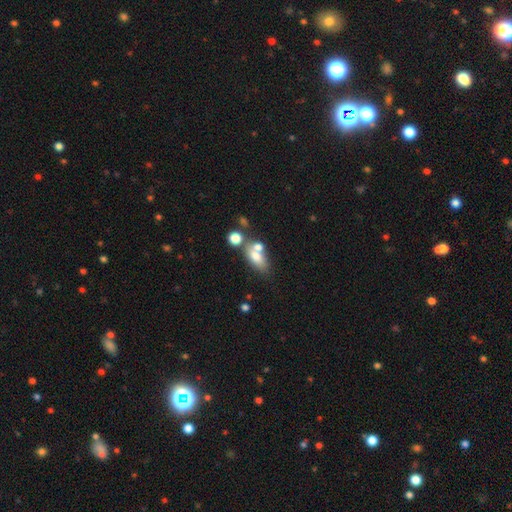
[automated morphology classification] Smooth or featured? smooth (68%)
How rounded? in between (78%)
Merging? none (40%)